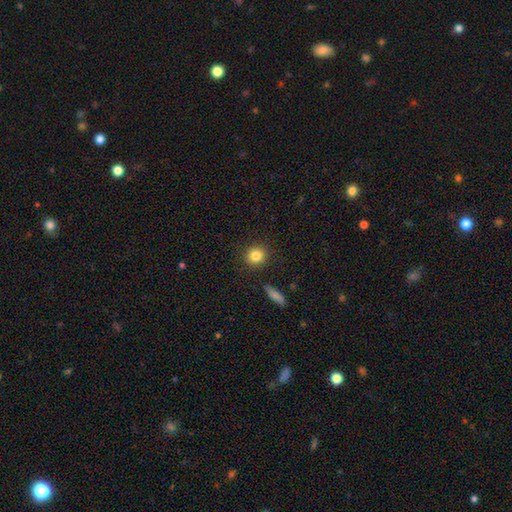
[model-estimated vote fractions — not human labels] smooth_or_featured: smooth (p=0.84) [alt: star or artifact p=0.10]
how_rounded: round (p=0.88) [alt: in between p=0.11]
merging: none (p=0.89) [alt: minor disturbance p=0.06]